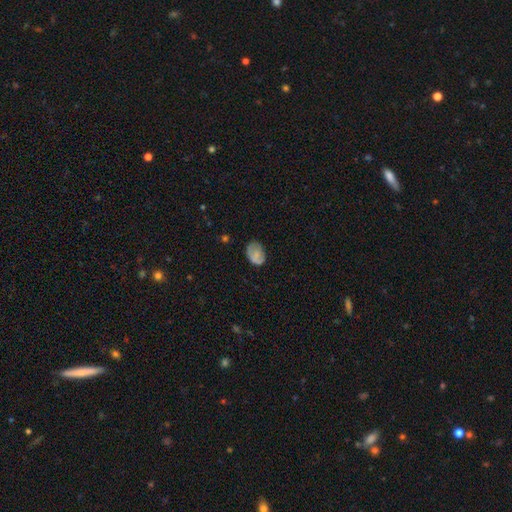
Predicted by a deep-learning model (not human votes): Smooth or featured: smooth — 69% (featured or disk — 22%)
How rounded: in between — 76% (round — 23%)
Merging: none — 62% (minor disturbance — 27%)